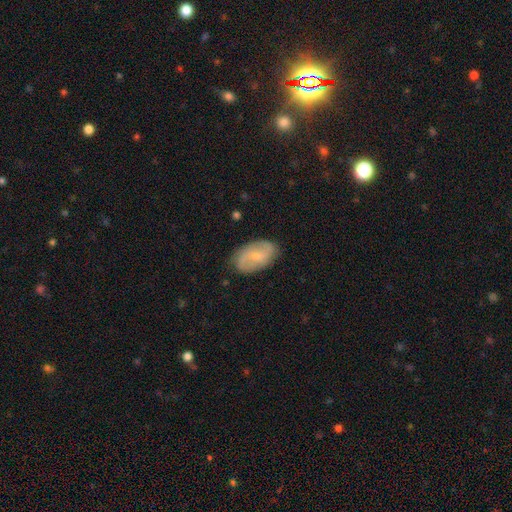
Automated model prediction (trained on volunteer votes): A featured or disk galaxy (61%) with a weak bar (49%), 2 (82%) medium (41%) spiral arms (86%) and a small central bulge (68%). Merging: none (81%).